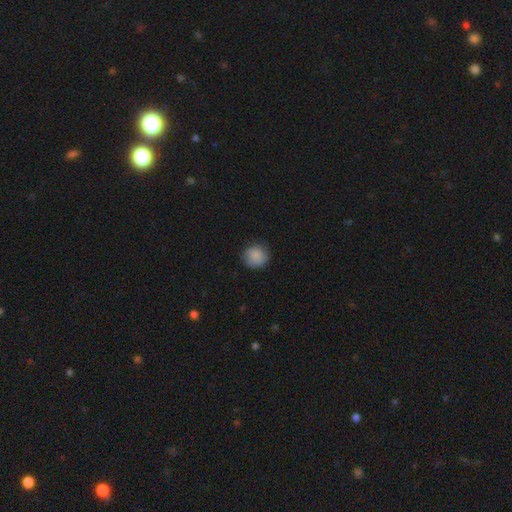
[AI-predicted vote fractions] Q: Smooth or featured?
A: smooth (86%); runner-up: star or artifact (8%)
Q: How rounded?
A: round (89%); runner-up: in between (11%)
Q: Merging?
A: none (80%); runner-up: minor disturbance (16%)